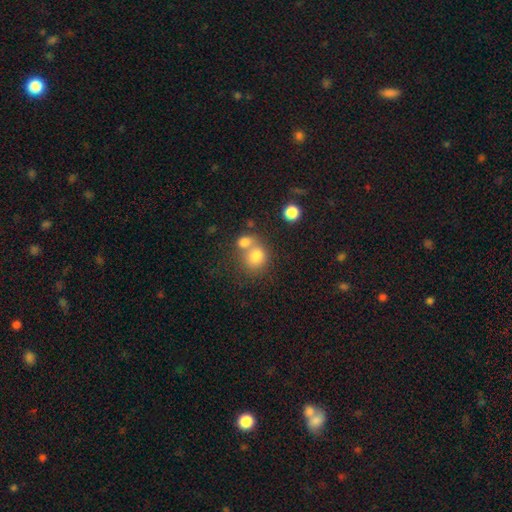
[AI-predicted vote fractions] Smooth or featured: smooth — 77% (featured or disk — 11%)
How rounded: round — 73% (in between — 26%)
Merging: merger — 51% (none — 37%)